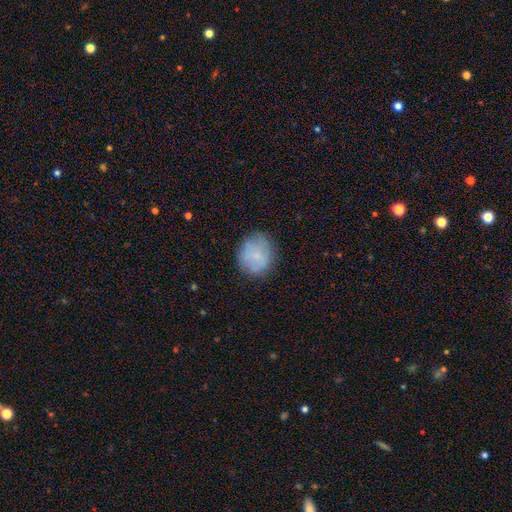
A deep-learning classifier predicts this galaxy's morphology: A smooth galaxy with no disk features (77%) that is round (77%). Merging: none (78%).